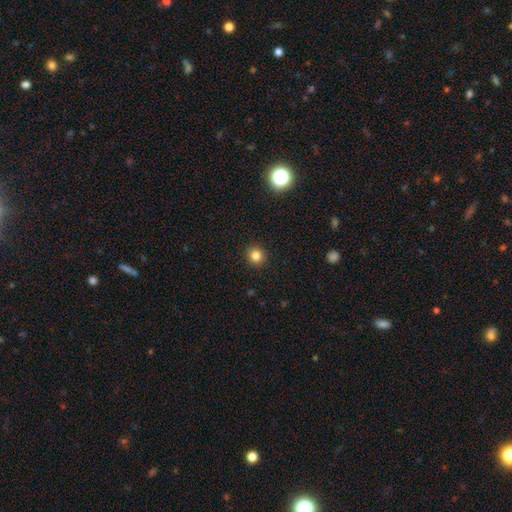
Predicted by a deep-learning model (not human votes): smooth-or-featured: smooth: 83% | star or artifact: 12% | featured or disk: 5%
  how-rounded: round: 90% | in between: 9% | cigar-shaped: 1%
  merging: none: 91% | minor disturbance: 6% | major disturbance: 2% | merger: 1%